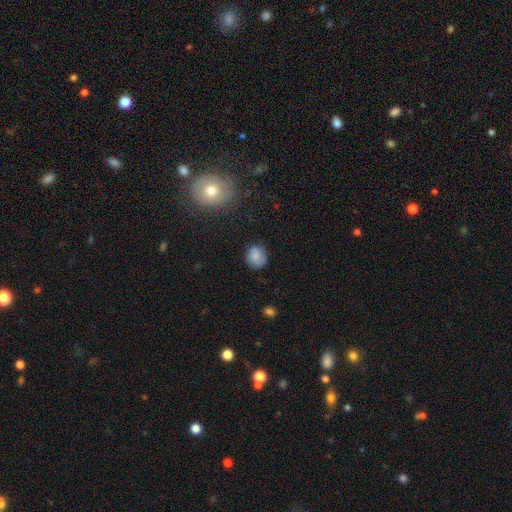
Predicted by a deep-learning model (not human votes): This appears to be a smooth galaxy with no disk features (77%) that is round (77%). Merging: none (74%).